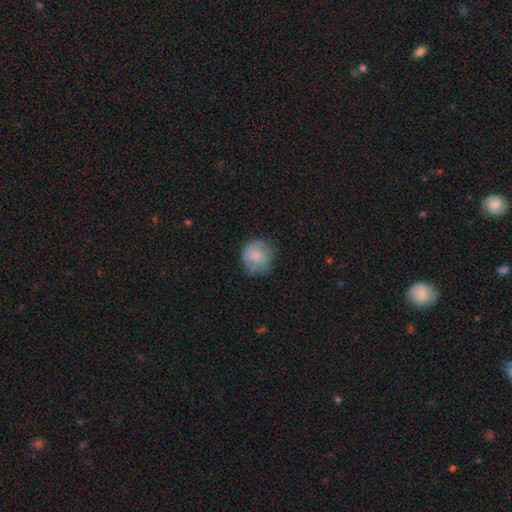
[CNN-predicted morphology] smooth-or-featured: smooth: 75% | featured or disk: 17% | star or artifact: 7%
  how-rounded: round: 88% | in between: 11% | cigar-shaped: 1%
  merging: none: 63% | minor disturbance: 26% | major disturbance: 9% | merger: 2%